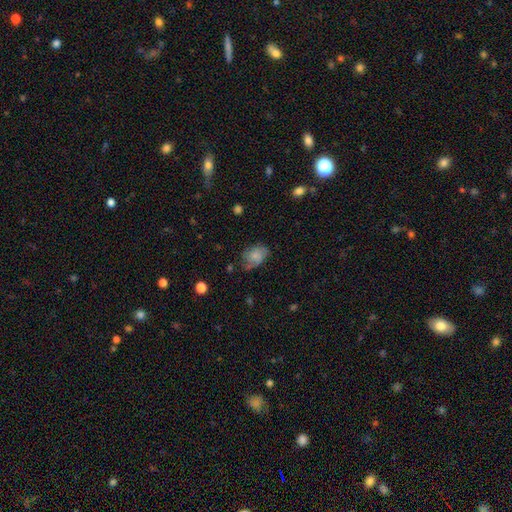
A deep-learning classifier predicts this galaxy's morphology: This is likely a smooth galaxy (62%). How rounded: likely in between (76%). Merging: possibly none (52%).